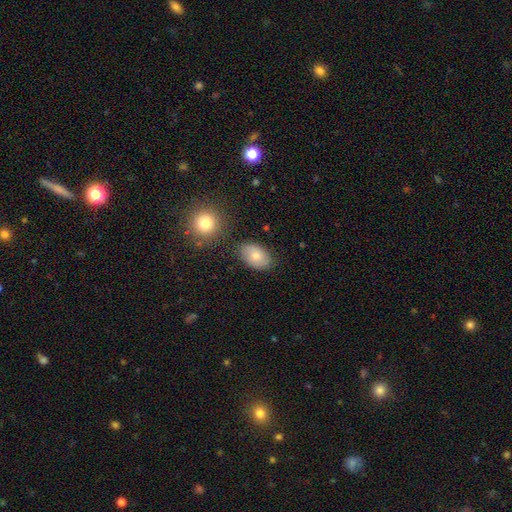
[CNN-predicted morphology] Smooth or featured? smooth (73%)
How rounded? in between (84%)
Merging? none (80%)